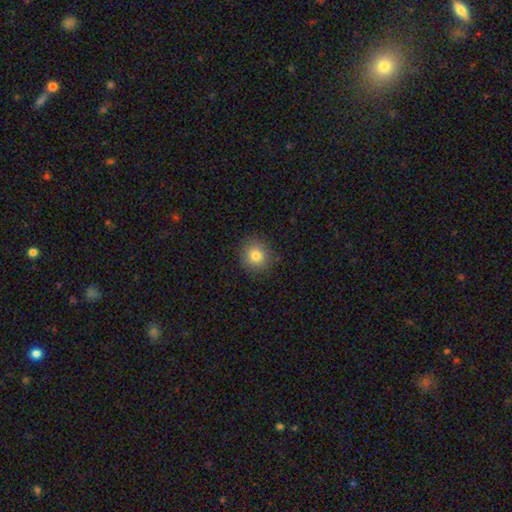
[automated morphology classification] smooth-or-featured: smooth: 81% | star or artifact: 11% | featured or disk: 8%
  how-rounded: round: 90% | in between: 9% | cigar-shaped: 1%
  merging: none: 90% | minor disturbance: 7% | major disturbance: 2% | merger: 1%